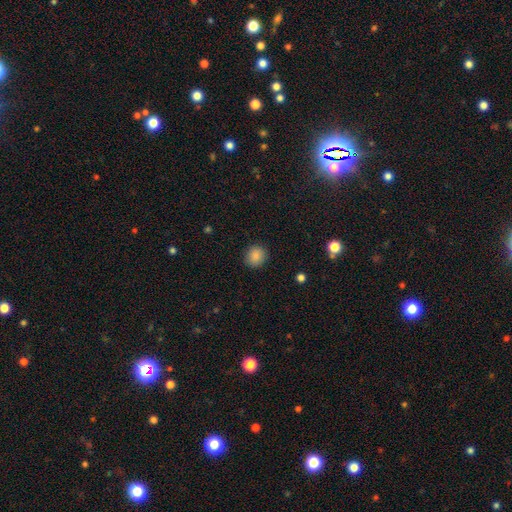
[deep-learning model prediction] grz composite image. It shows a smooth galaxy with no disk features (87%) that is round (84%). Merging: none (90%).